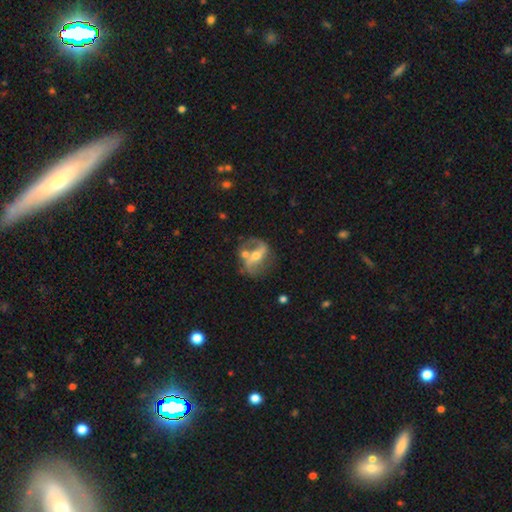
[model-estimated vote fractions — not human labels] smooth_or_featured: featured or disk (p=0.82) [alt: smooth p=0.12]
disk_edge_on: no (p=0.95) [alt: yes p=0.05]
bar: strong (p=0.49) [alt: weak p=0.30]
has_spiral_arms: yes (p=0.88) [alt: no p=0.12]
spiral_winding: loose (p=0.52) [alt: medium p=0.36]
spiral_arm_count: 2 (p=0.84) [alt: 1 p=0.08]
bulge_size: moderate (p=0.59) [alt: small p=0.35]
merging: none (p=0.58) [alt: minor disturbance p=0.17]